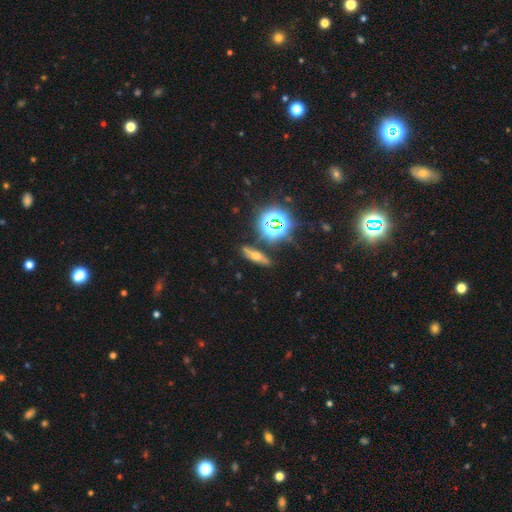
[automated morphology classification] The model was most divided on "smooth or featured": smooth: 38%, featured or disk: 34%, star or artifact: 28%. More confident: merging — none (81%).